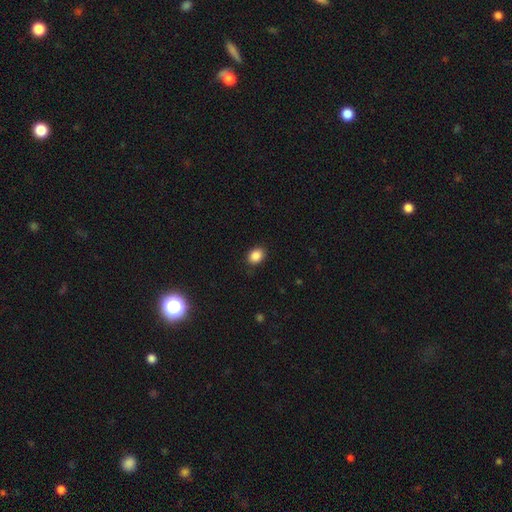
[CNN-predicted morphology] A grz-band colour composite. It shows a smooth galaxy with no disk features (88%) that is in between round and cigar-shaped (63%). Merging: none (88%).